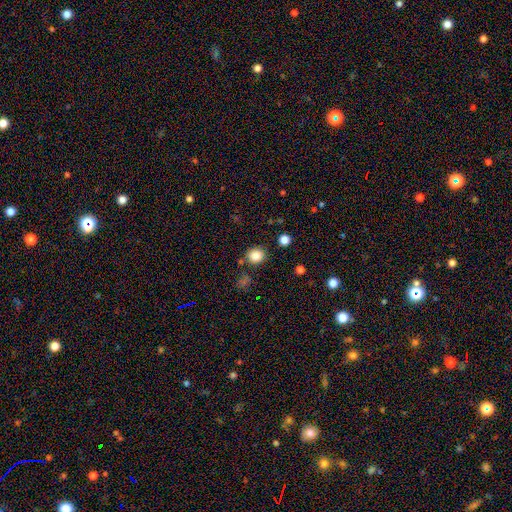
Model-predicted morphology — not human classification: Q: Smooth or featured?
A: smooth (85%); runner-up: star or artifact (11%)
Q: How rounded?
A: round (83%); runner-up: in between (16%)
Q: Merging?
A: none (82%); runner-up: minor disturbance (10%)